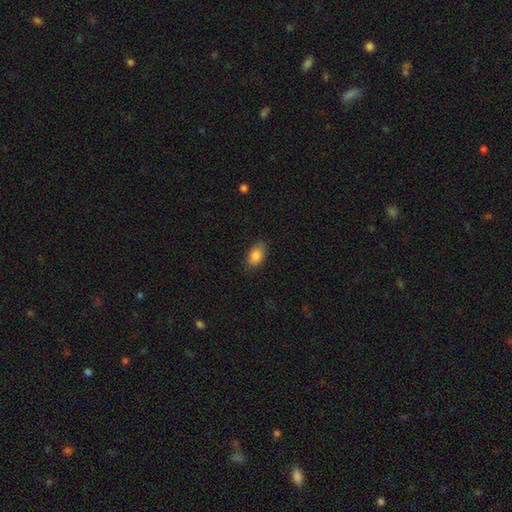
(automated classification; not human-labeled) This is clearly a smooth galaxy (86%). How rounded: clearly in between (90%). Merging: clearly none (82%).